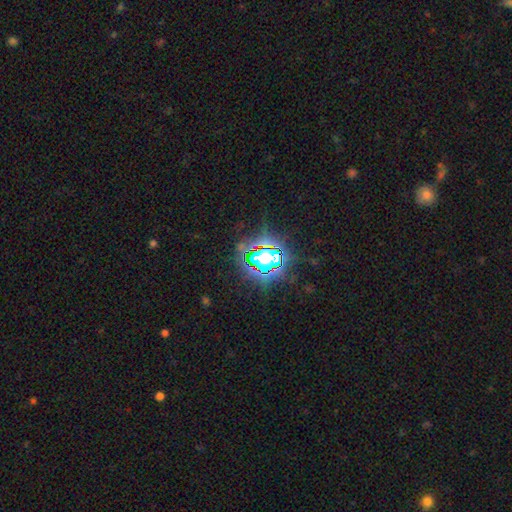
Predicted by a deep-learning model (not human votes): Smooth or featured?
  - star or artifact: 79% *
  - smooth: 12%
  - featured or disk: 8%